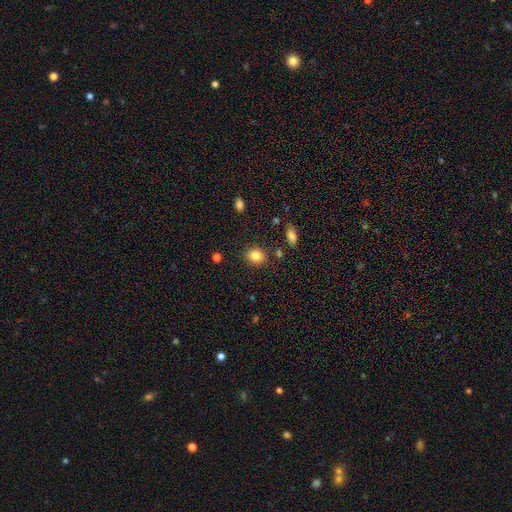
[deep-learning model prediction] This is clearly a smooth galaxy (84%). How rounded: likely round (62%). Merging: clearly none (85%).